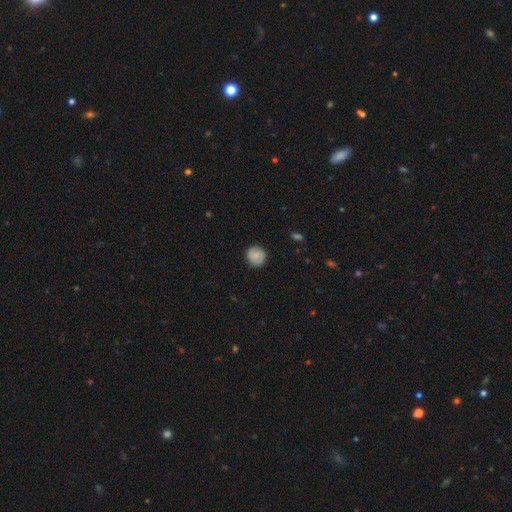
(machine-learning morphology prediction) This is likely a smooth galaxy (68%). How rounded: clearly round (90%). Merging: clearly none (85%).